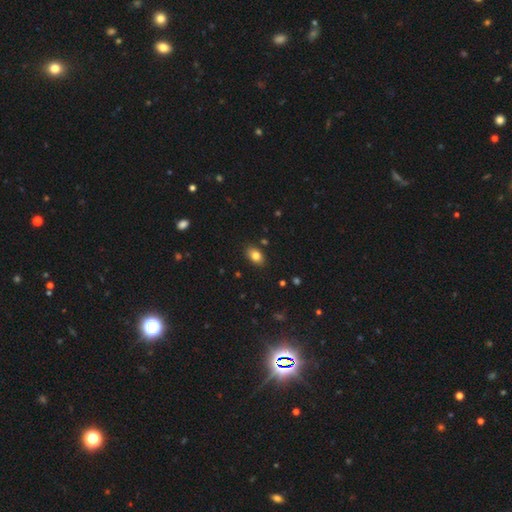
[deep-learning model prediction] Overall: smooth (82%). How rounded: in between (85%). Merging: none (86%).